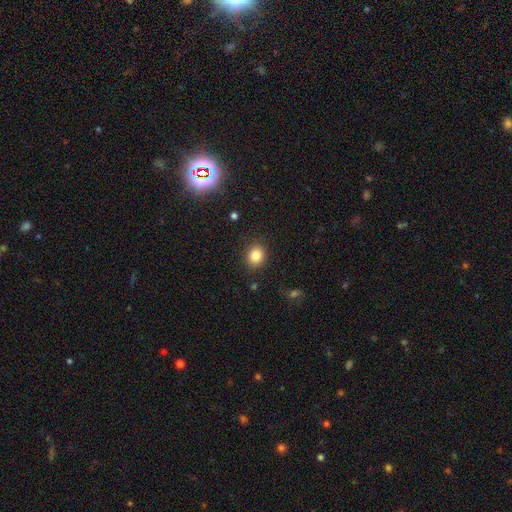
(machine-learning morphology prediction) smooth 84%, star or artifact 11%, featured or disk 5%. Down the decision tree: how rounded — round (71%); merging — none (88%).